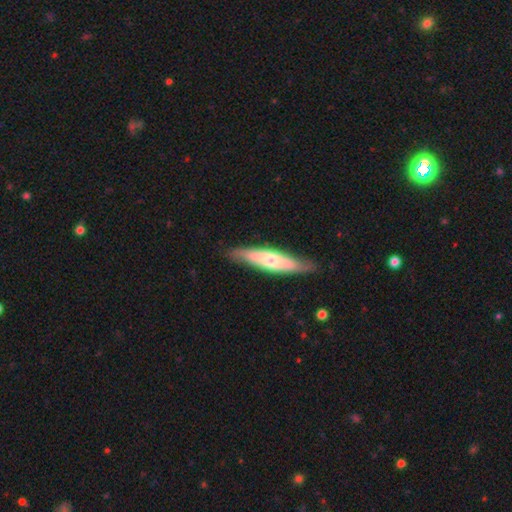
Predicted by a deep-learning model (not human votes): Q: Smooth or featured?
A: featured or disk (56%); runner-up: smooth (37%)
Q: Edge-on disk?
A: yes (74%); runner-up: no (26%)
Q: Merging?
A: none (84%); runner-up: minor disturbance (13%)